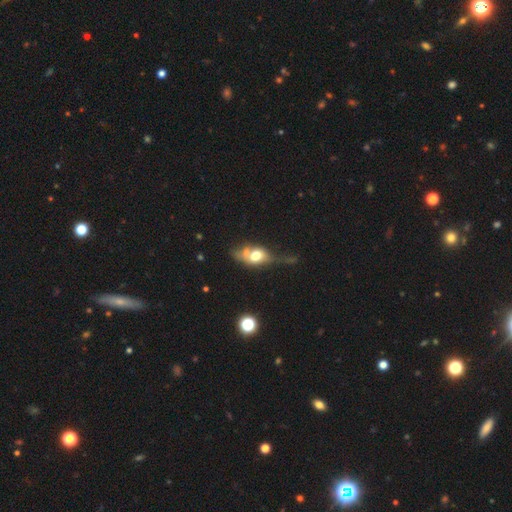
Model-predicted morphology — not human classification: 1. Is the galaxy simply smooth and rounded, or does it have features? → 53% smooth, 37% featured or disk, 11% star or artifact.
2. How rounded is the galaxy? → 73% in between, 20% round, 7% cigar-shaped.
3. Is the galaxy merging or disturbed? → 28% none, 25% major disturbance, 24% merger, 23% minor disturbance.